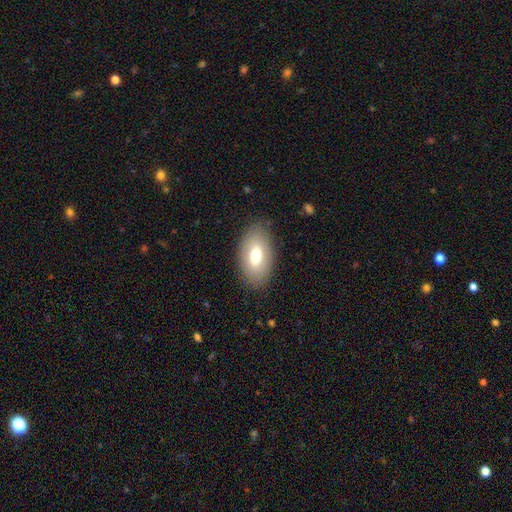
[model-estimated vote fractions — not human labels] Smooth or featured?
  - smooth: 70% *
  - featured or disk: 22%
  - star or artifact: 7%
How rounded?
  - in between: 93% *
  - round: 5%
  - cigar-shaped: 2%
Merging?
  - none: 84% *
  - minor disturbance: 12%
  - major disturbance: 4%
  - merger: 1%